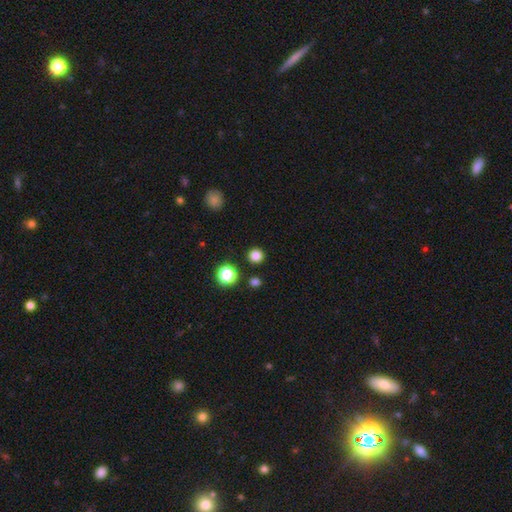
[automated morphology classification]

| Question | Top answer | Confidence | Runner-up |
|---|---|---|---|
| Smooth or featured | smooth | 81% | star or artifact (15%) |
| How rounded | round | 95% | in between (4%) |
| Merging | none | 91% | minor disturbance (5%) |